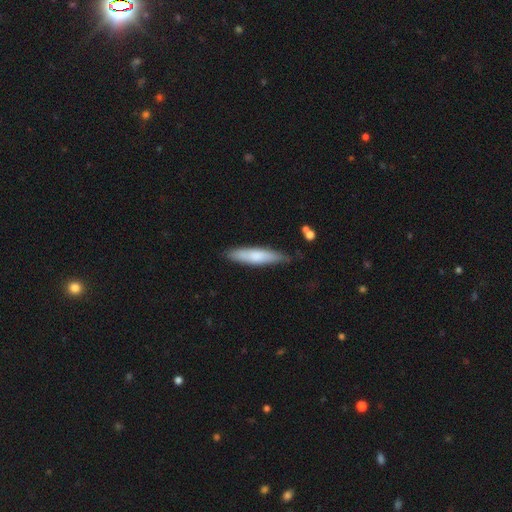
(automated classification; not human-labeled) The model was most divided on "smooth or featured": smooth: 69%, featured or disk: 26%, star or artifact: 6%. More confident: how rounded — cigar-shaped (83%); merging — none (81%).